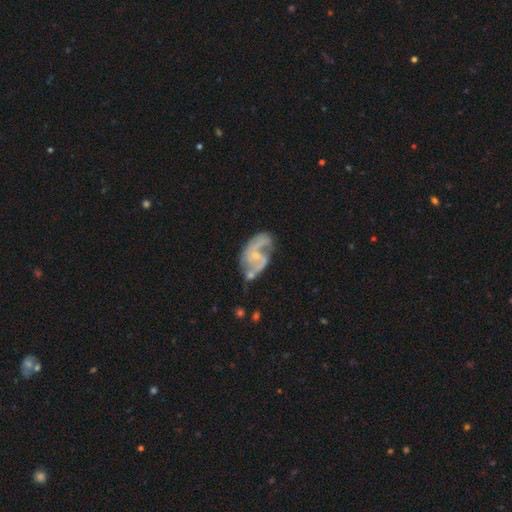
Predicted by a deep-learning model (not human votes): This appears to be a featured or disk galaxy (81%) with no bar (54%), 2 (78%) medium (46%) spiral arms (88%) and a small central bulge (72%). Merging: none (44%).